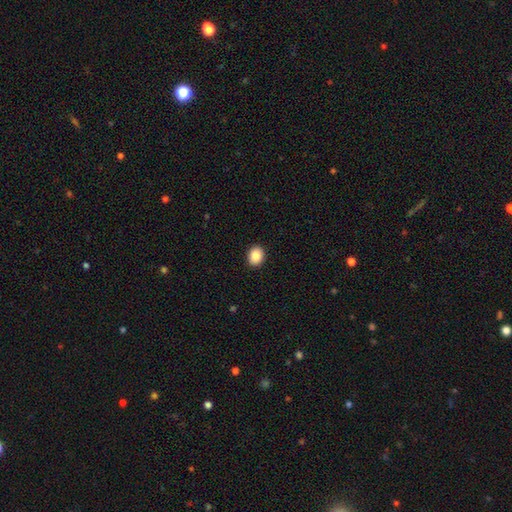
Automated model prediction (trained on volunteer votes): Smooth or featured? smooth (88%)
How rounded? in between (51%)
Merging? none (92%)